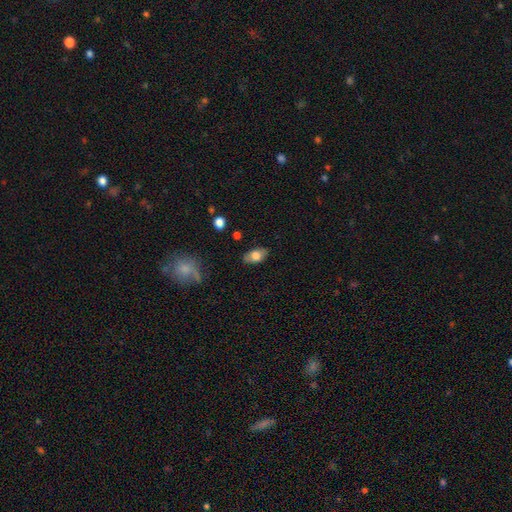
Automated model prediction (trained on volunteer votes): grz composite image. It shows a smooth galaxy with no disk features (73%) that is in between round and cigar-shaped (91%). Merging: none (82%).